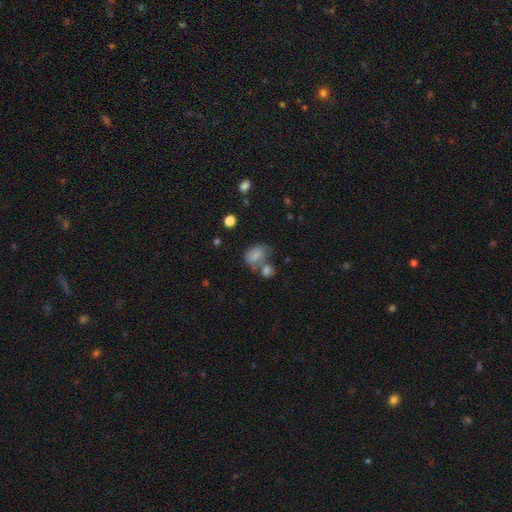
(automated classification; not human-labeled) smooth_or_featured: smooth (p=0.74) [alt: featured or disk p=0.15]
how_rounded: in between (p=0.72) [alt: round p=0.27]
merging: merger (p=0.37) [alt: none p=0.29]